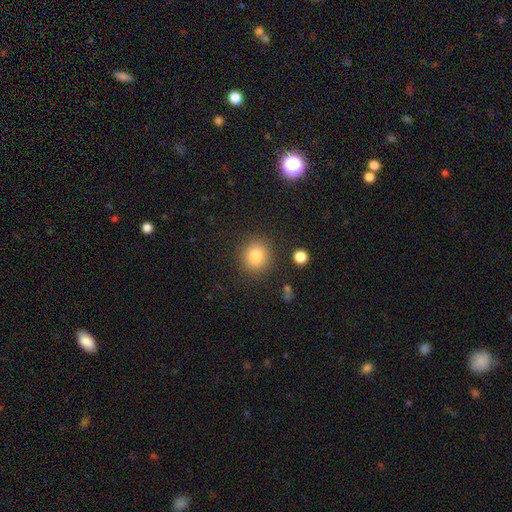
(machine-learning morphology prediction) smooth_or_featured: smooth (p=0.82) [alt: star or artifact p=0.11]
how_rounded: round (p=0.85) [alt: in between p=0.14]
merging: none (p=0.87) [alt: minor disturbance p=0.08]